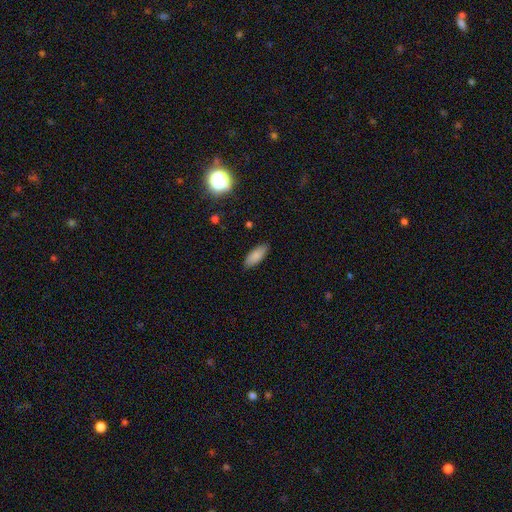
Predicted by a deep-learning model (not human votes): smooth_or_featured: smooth (p=0.87) [alt: star or artifact p=0.07]
how_rounded: in between (p=0.75) [alt: cigar-shaped p=0.23]
merging: none (p=0.86) [alt: minor disturbance p=0.10]